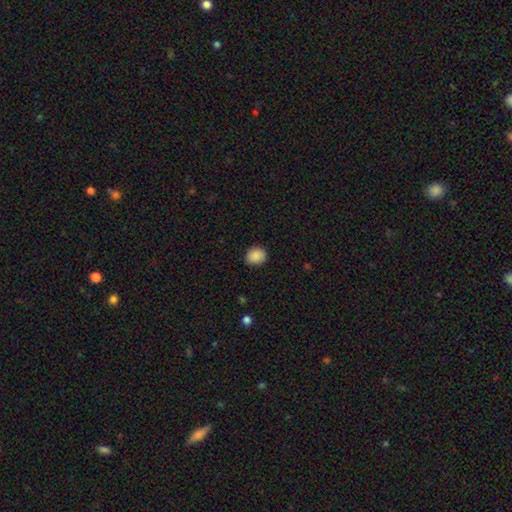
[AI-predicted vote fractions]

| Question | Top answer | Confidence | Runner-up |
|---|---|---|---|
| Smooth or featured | smooth | 89% | star or artifact (8%) |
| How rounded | round | 68% | in between (31%) |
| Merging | none | 89% | minor disturbance (8%) |